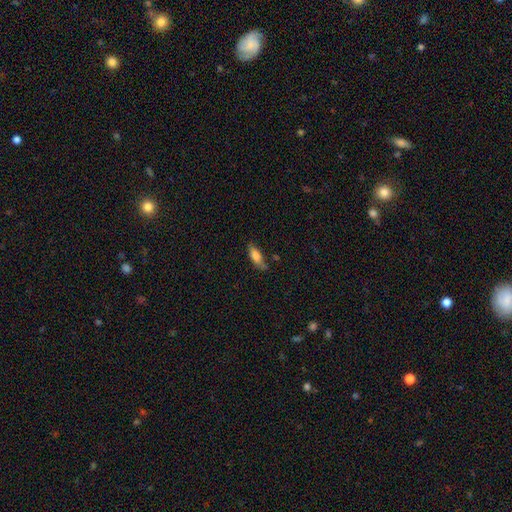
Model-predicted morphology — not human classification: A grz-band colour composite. It shows a smooth galaxy with no disk features (79%) that is in between round and cigar-shaped (71%). Merging: none (57%).